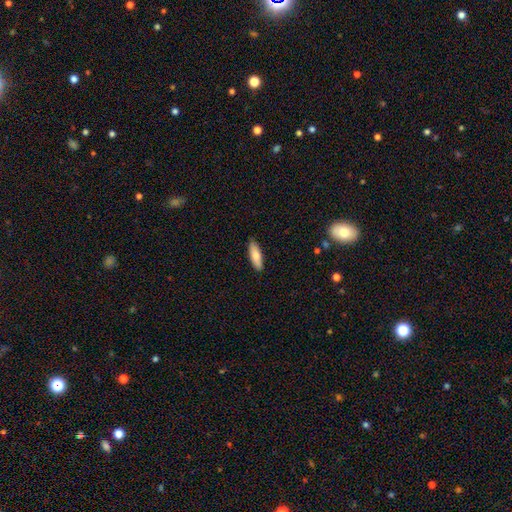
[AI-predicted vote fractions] smooth 78%, featured or disk 16%, star or artifact 6%. Down the decision tree: how rounded — in between (53%); merging — none (88%).